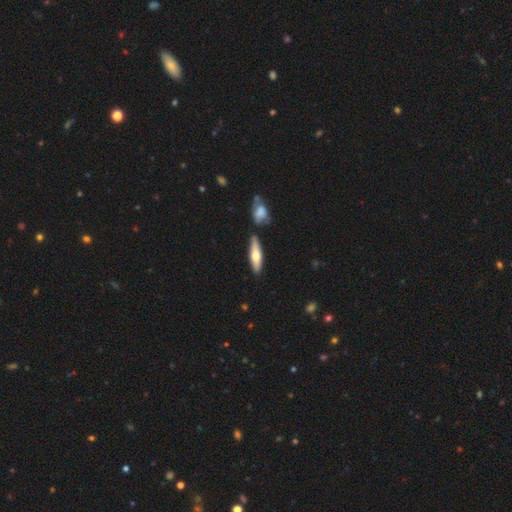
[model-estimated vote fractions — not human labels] Smooth or featured? smooth (56%)
How rounded? cigar-shaped (63%)
Merging? none (81%)